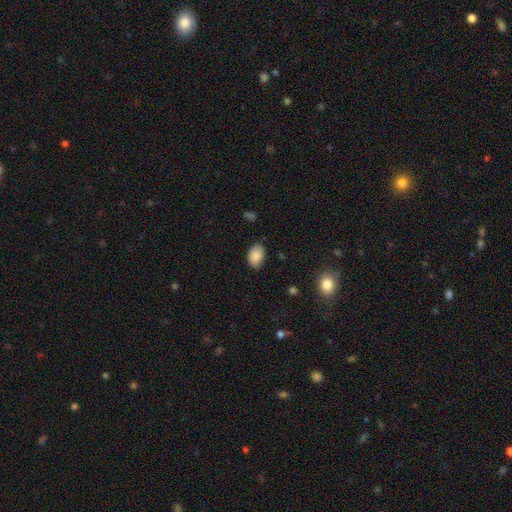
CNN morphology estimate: smooth-or-featured: smooth: 87% | star or artifact: 7% | featured or disk: 5%
  how-rounded: in between: 87% | round: 12% | cigar-shaped: 1%
  merging: none: 79% | minor disturbance: 16% | major disturbance: 3% | merger: 1%